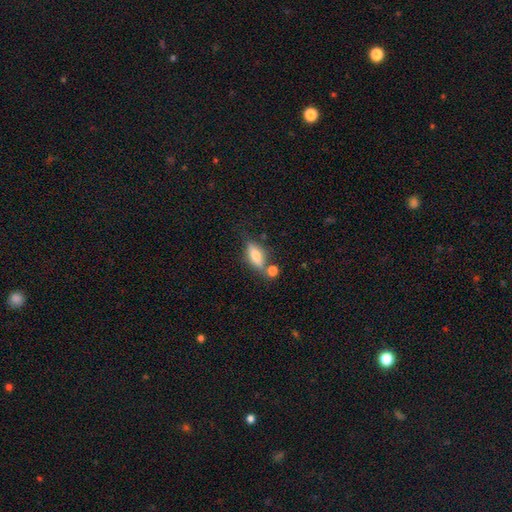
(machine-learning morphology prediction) Smooth or featured? Predicted: smooth (p=0.62). How rounded? Predicted: in between (p=0.66). Merging? Predicted: none (p=0.61).